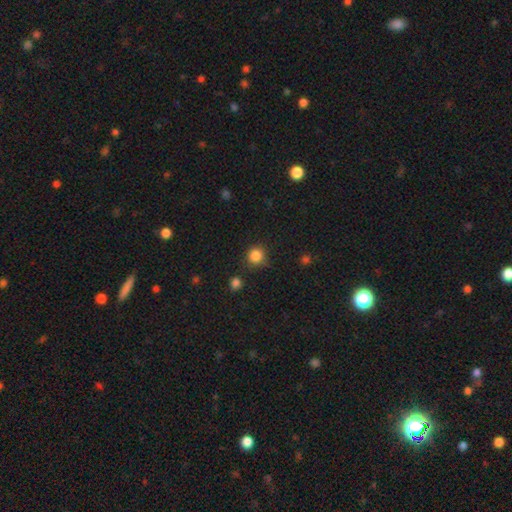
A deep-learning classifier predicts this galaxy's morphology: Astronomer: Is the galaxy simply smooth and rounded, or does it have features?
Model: smooth — 84%.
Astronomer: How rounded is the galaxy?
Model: round — 93%.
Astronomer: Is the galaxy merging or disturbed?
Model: none — 83%.